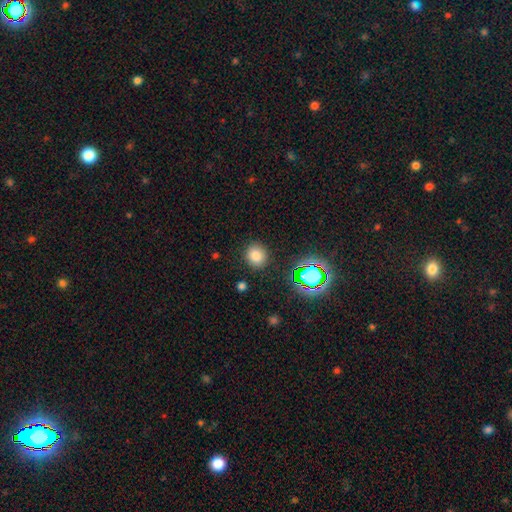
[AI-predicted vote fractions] The model was most divided on "smooth or featured": smooth: 78%, star or artifact: 16%, featured or disk: 6%. More confident: merging — none (88%); how rounded — round (84%).